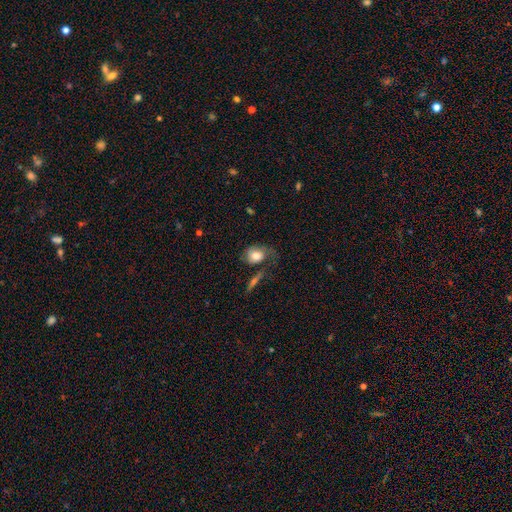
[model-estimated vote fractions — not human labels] Smooth or featured?
  - smooth: 64% *
  - featured or disk: 28%
  - star or artifact: 8%
How rounded?
  - in between: 57% *
  - round: 42%
  - cigar-shaped: 2%
Merging?
  - none: 36% *
  - major disturbance: 30%
  - minor disturbance: 24%
  - merger: 9%